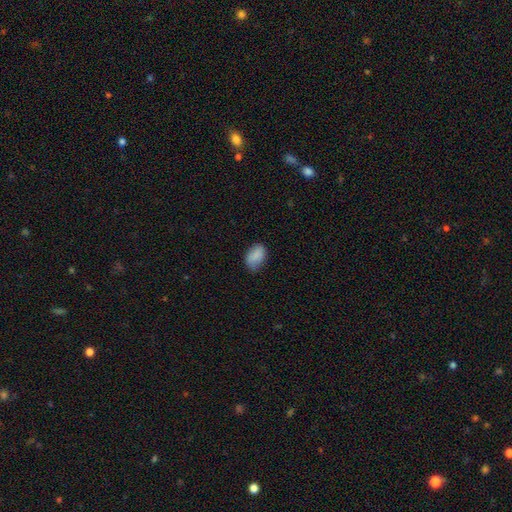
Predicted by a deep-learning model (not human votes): smooth_or_featured: smooth (p=0.86) [alt: star or artifact p=0.08]
how_rounded: in between (p=0.89) [alt: round p=0.09]
merging: none (p=0.68) [alt: minor disturbance p=0.26]